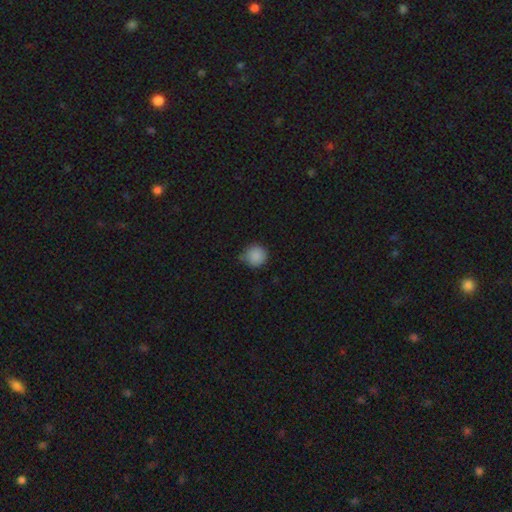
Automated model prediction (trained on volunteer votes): Smooth or featured? smooth (88%)
How rounded? round (93%)
Merging? none (73%)